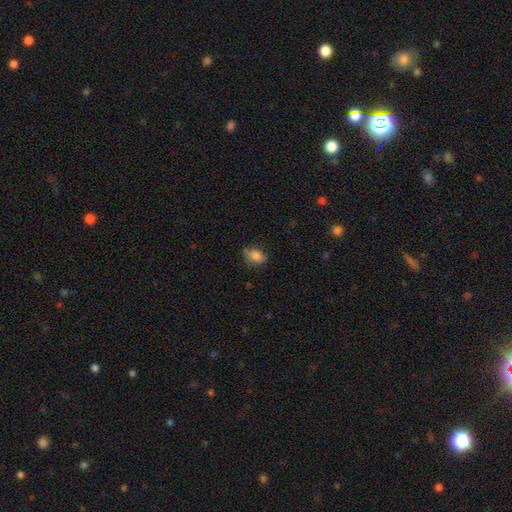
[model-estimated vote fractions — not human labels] The model was most divided on "merging": none: 66%, minor disturbance: 23%, major disturbance: 5%, merger: 5%. More confident: smooth or featured — smooth (84%); how rounded — in between (76%).